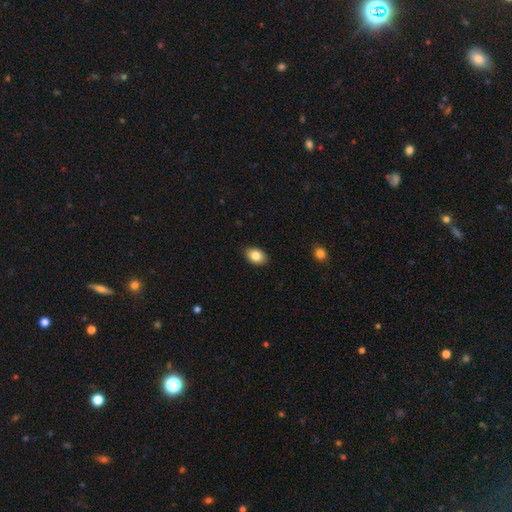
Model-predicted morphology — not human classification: The model was most divided on "how rounded": in between: 82%, round: 17%, cigar-shaped: 1%. More confident: merging — none (89%); smooth or featured — smooth (84%).